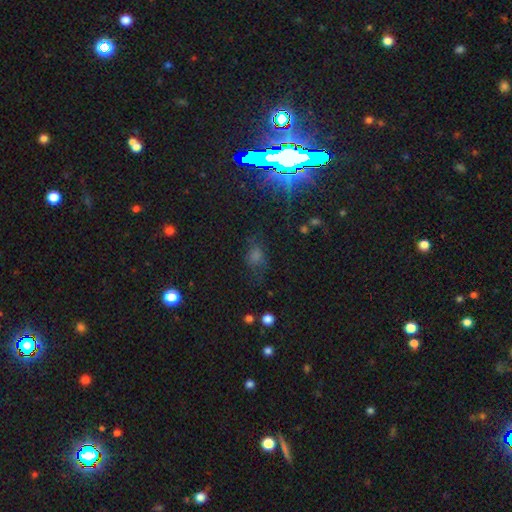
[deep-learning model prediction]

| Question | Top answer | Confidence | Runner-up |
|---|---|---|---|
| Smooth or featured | star or artifact | 50% | smooth (35%) |